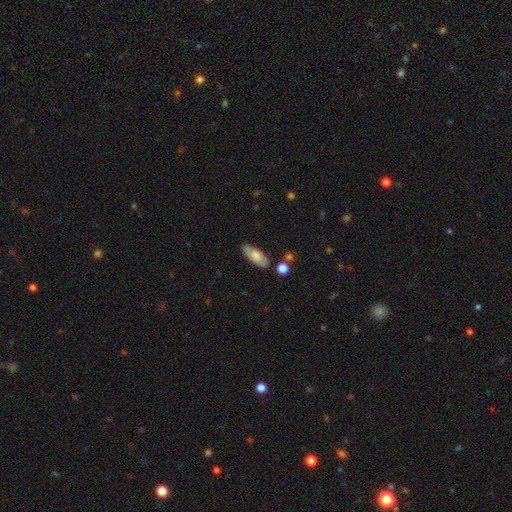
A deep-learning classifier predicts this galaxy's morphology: type=smooth (66%); roundness=in between (77%); merging=none (74%).